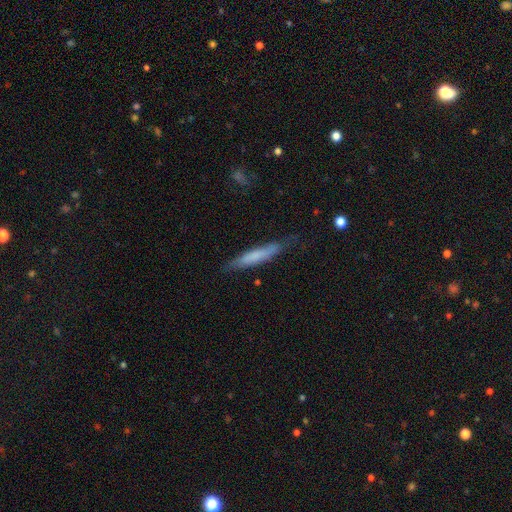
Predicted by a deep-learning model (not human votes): Overall: smooth (66%; featured or disk 29%). How rounded: cigar-shaped (92%). Merging: none (75%).